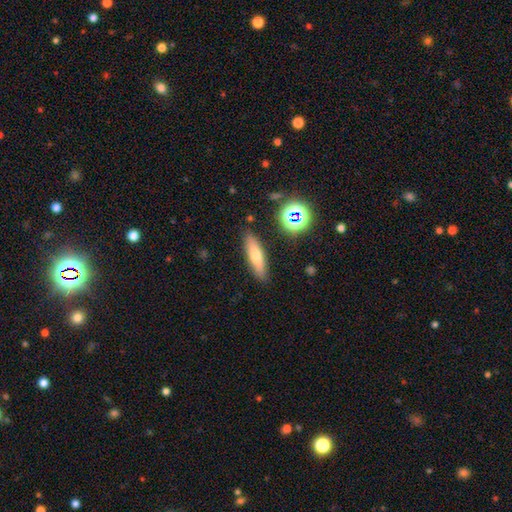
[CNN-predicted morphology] Q: Smooth or featured?
A: smooth (66%); runner-up: featured or disk (23%)
Q: How rounded?
A: cigar-shaped (67%); runner-up: in between (30%)
Q: Merging?
A: none (87%); runner-up: minor disturbance (8%)